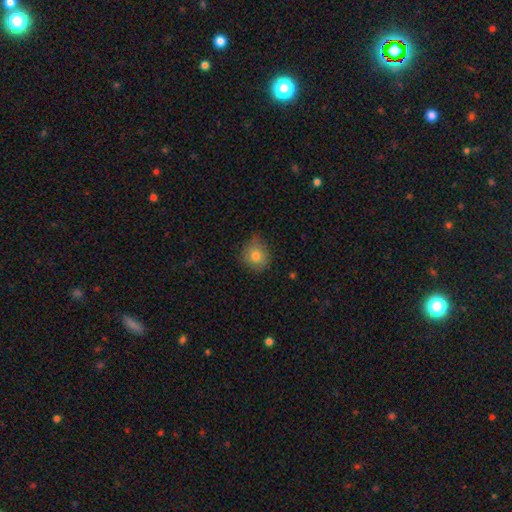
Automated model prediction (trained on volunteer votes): Smooth or featured? smooth (79%)
How rounded? round (79%)
Merging? none (71%)